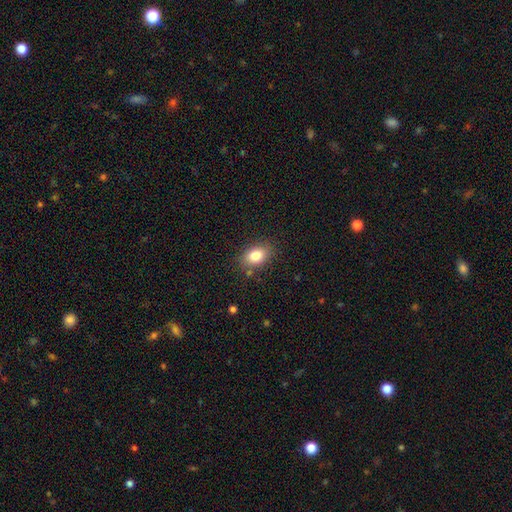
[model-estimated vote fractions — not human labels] Q: Smooth or featured?
A: smooth (82%); runner-up: star or artifact (9%)
Q: How rounded?
A: in between (80%); runner-up: round (18%)
Q: Merging?
A: none (82%); runner-up: minor disturbance (12%)